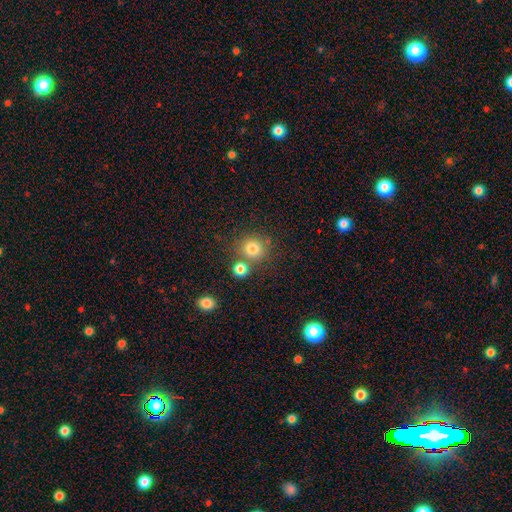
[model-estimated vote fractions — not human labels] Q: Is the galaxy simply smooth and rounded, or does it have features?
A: smooth — 53%.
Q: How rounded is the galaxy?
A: round — 87%.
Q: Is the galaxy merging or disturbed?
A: none — 73%.